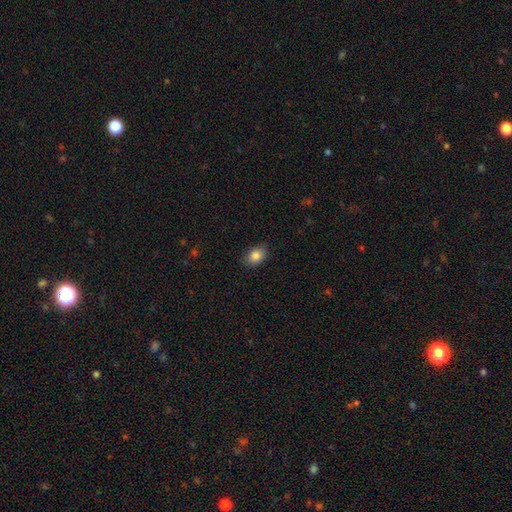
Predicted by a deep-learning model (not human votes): Overall: smooth (85%). How rounded: in between (77%). Merging: none (86%).